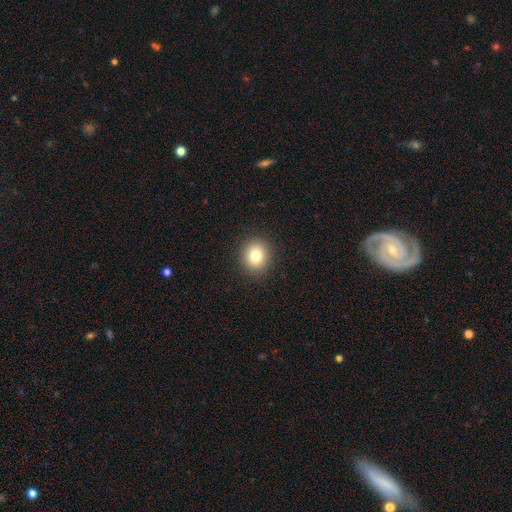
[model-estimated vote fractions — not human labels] Smooth or featured: smooth — 81% (star or artifact — 11%)
How rounded: round — 80% (in between — 19%)
Merging: none — 91% (minor disturbance — 6%)